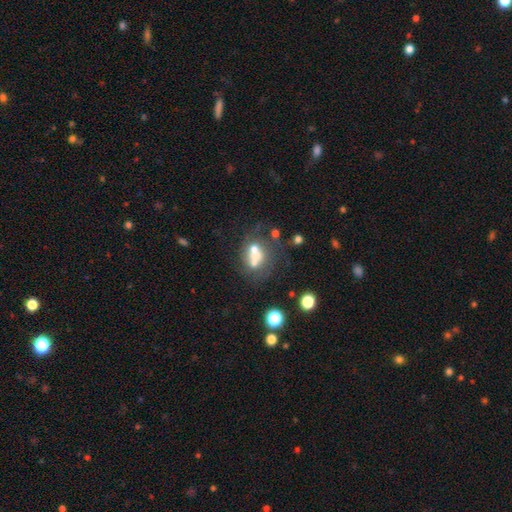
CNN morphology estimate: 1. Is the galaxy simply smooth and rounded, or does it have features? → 52% smooth, 32% featured or disk, 16% star or artifact.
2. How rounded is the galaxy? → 61% round, 38% in between, 1% cigar-shaped.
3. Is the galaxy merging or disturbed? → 51% merger, 31% none, 10% minor disturbance, 8% major disturbance.